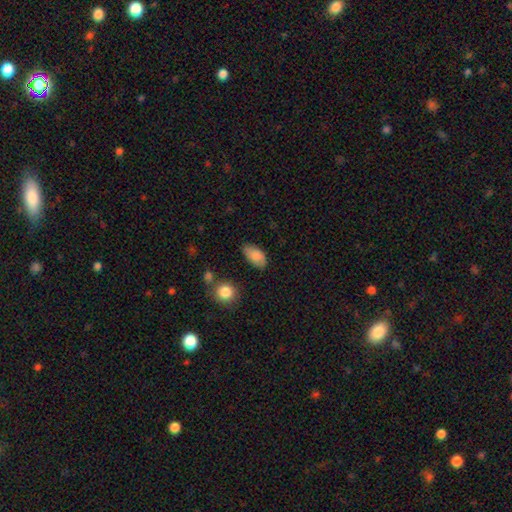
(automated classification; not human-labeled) Q: Smooth or featured?
A: smooth (82%); runner-up: featured or disk (11%)
Q: How rounded?
A: in between (93%); runner-up: round (5%)
Q: Merging?
A: none (72%); runner-up: minor disturbance (21%)